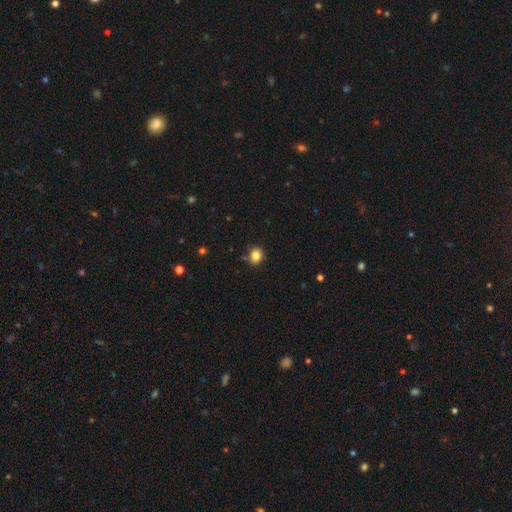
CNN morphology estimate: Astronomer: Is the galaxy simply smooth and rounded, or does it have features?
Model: smooth — 84%.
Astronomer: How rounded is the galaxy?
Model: round — 79%.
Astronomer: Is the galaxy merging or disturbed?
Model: none — 81%.